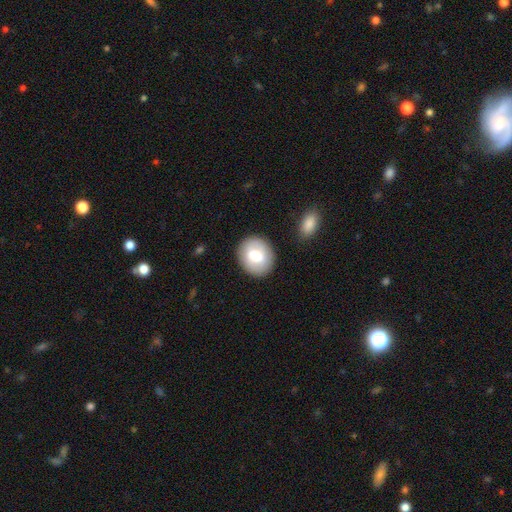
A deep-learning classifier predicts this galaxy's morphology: Overall: smooth (69%). How rounded: round (67%; in between 32%). Merging: none (86%).